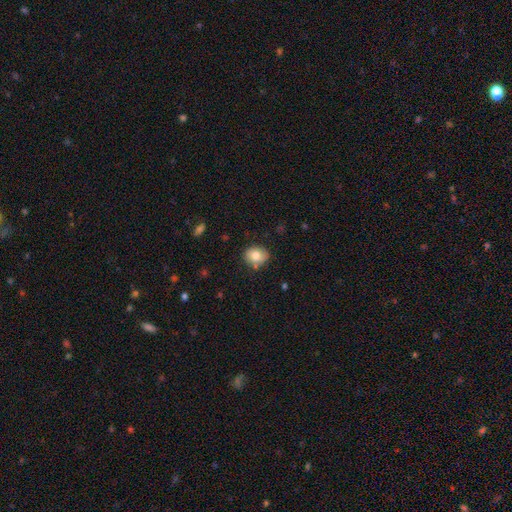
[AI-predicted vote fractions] The model was most divided on "how rounded": round: 58%, in between: 41%, cigar-shaped: 1%. More confident: merging — none (80%); smooth or featured — smooth (79%).